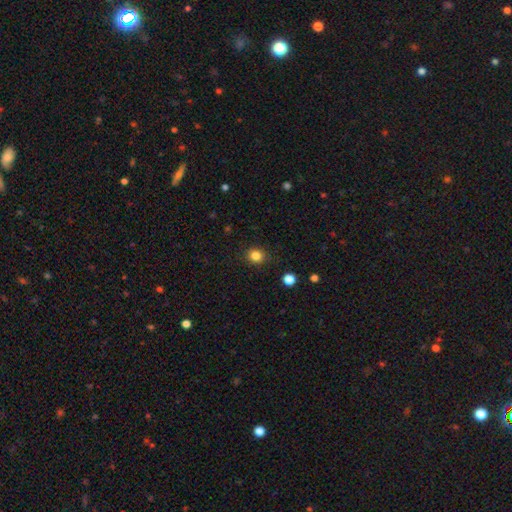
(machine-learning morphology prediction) The model was most divided on "how rounded": round: 79%, in between: 20%, cigar-shaped: 1%. More confident: merging — none (88%); smooth or featured — smooth (84%).